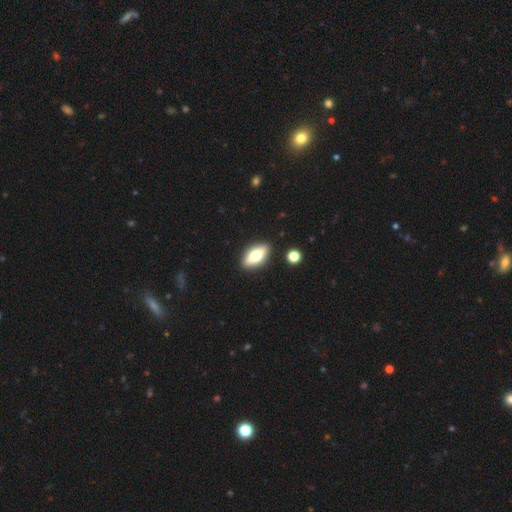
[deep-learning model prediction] A smooth galaxy with no disk features (62%) that is in between round and cigar-shaped (82%).

Vote fractions:
- Smooth or featured? smooth: 62% / featured or disk: 31% / star or artifact: 7%
- How rounded? in between: 82% / cigar-shaped: 14% / round: 4%
- Merging? none: 89% / minor disturbance: 7% / merger: 2% / major disturbance: 2%